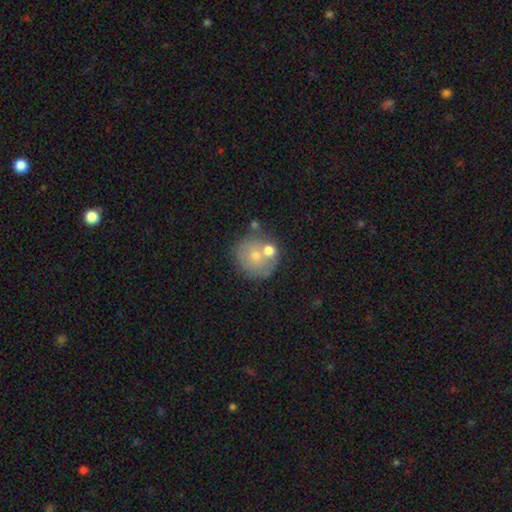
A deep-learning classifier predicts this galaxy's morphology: A smooth galaxy with no disk features (58%) that is round (88%).

Vote fractions:
- Smooth or featured? smooth: 58% / featured or disk: 31% / star or artifact: 11%
- How rounded? round: 88% / in between: 11% / cigar-shaped: 1%
- Merging? none: 56% / merger: 25% / minor disturbance: 14% / major disturbance: 5%